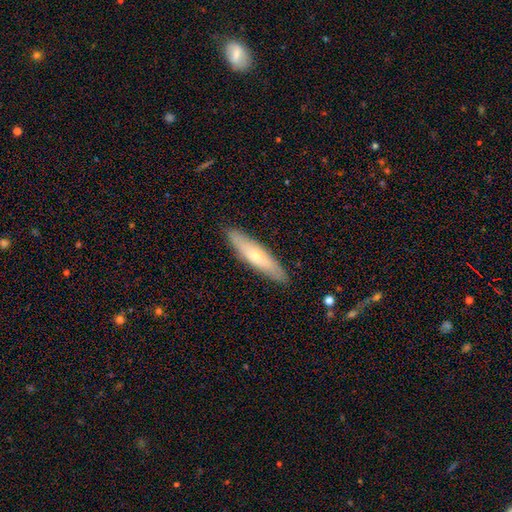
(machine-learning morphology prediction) The model was most divided on "smooth or featured": smooth: 58%, featured or disk: 37%, star or artifact: 6%. More confident: merging — none (89%); how rounded — cigar-shaped (80%).